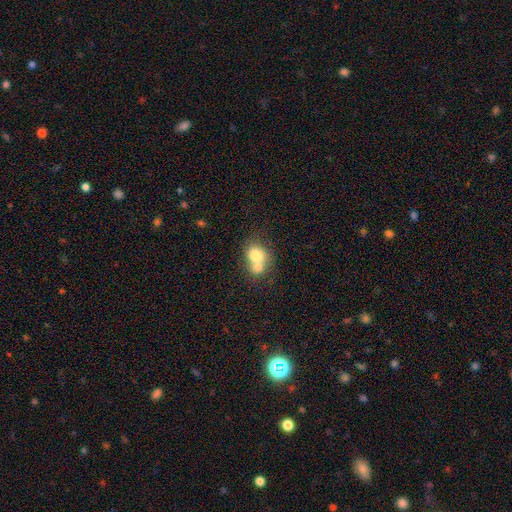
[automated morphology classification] Smooth or featured? smooth (73%)
How rounded? round (57%)
Merging? merger (66%)